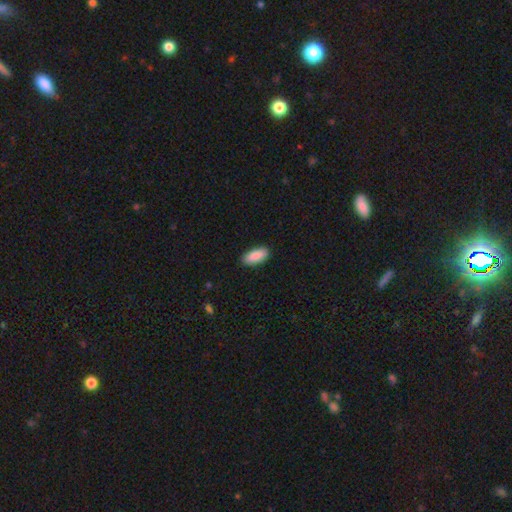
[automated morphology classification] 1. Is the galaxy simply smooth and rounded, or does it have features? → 89% smooth, 6% star or artifact, 5% featured or disk.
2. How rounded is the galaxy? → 87% in between, 12% cigar-shaped, 2% round.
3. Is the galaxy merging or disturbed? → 88% none, 9% minor disturbance, 2% major disturbance, 1% merger.